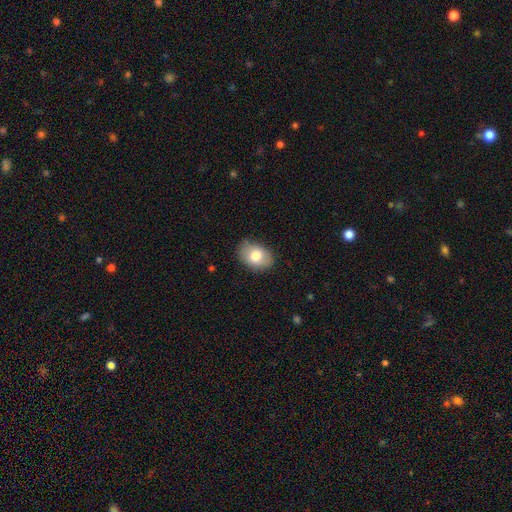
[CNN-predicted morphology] smooth_or_featured: smooth (p=0.76) [alt: featured or disk p=0.16]
how_rounded: in between (p=0.81) [alt: round p=0.18]
merging: none (p=0.81) [alt: minor disturbance p=0.15]